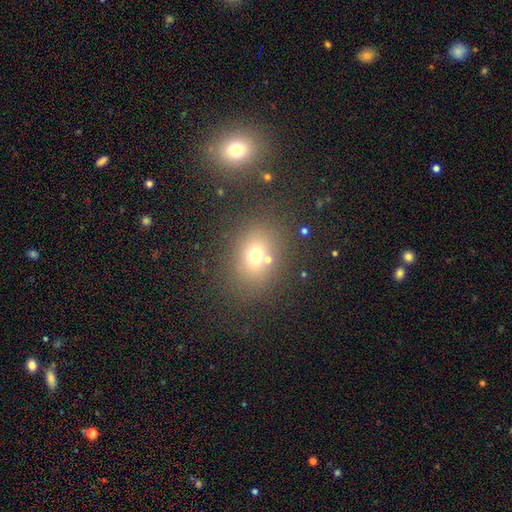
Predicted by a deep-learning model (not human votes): A smooth galaxy with no disk features (68%) that is round (53%). Merging: none (70%).